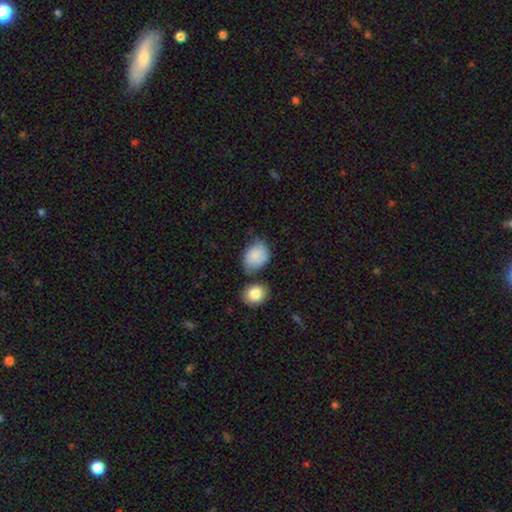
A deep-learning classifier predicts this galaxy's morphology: This is clearly a smooth galaxy (83%). How rounded: likely in between (62%). Merging: possibly none (51%).